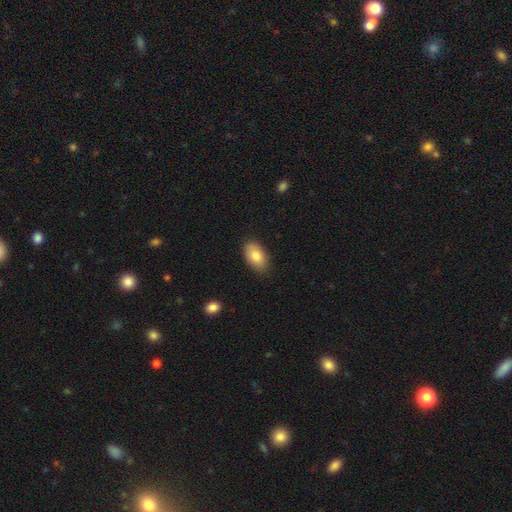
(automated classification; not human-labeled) This is clearly a smooth galaxy (82%). How rounded: clearly in between (92%). Merging: clearly none (86%).